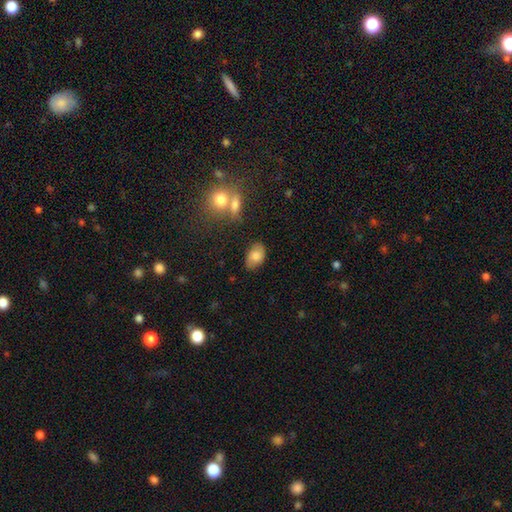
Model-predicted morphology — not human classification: smooth_or_featured: smooth (p=0.76) [alt: featured or disk p=0.16]
how_rounded: in between (p=0.89) [alt: round p=0.10]
merging: none (p=0.77) [alt: minor disturbance p=0.16]